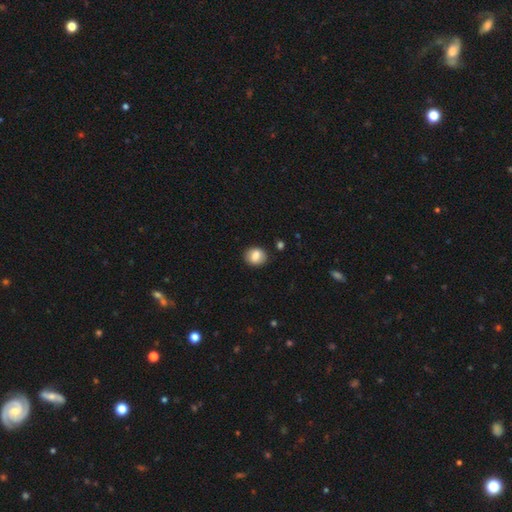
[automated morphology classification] The model was most divided on "how rounded": round: 60%, in between: 39%, cigar-shaped: 1%. More confident: merging — none (86%); smooth or featured — smooth (81%).